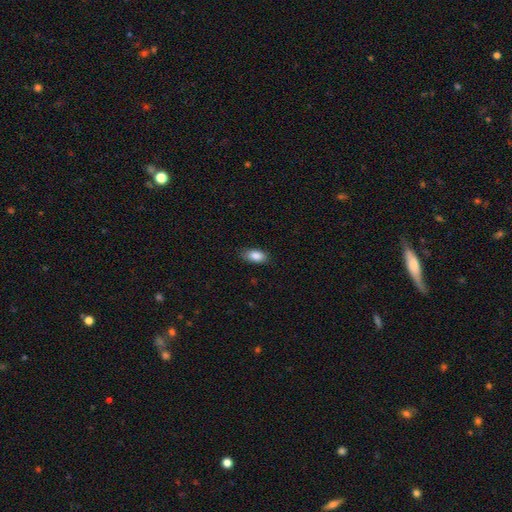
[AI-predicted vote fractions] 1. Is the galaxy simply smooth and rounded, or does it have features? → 88% smooth, 7% star or artifact, 5% featured or disk.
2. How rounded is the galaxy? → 91% in between, 5% cigar-shaped, 5% round.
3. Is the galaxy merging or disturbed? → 84% none, 13% minor disturbance, 3% major disturbance, 1% merger.